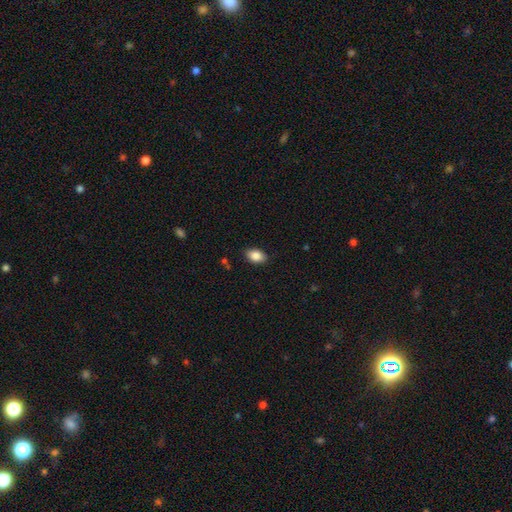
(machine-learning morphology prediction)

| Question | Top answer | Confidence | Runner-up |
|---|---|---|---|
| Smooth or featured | smooth | 87% | star or artifact (8%) |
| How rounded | in between | 89% | round (10%) |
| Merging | none | 86% | minor disturbance (10%) |